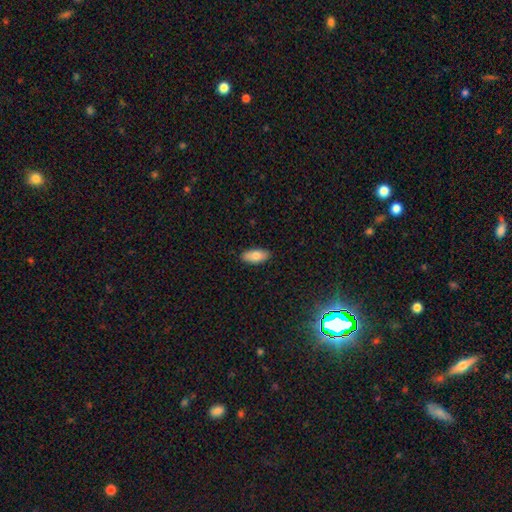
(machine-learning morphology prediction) This is clearly a smooth galaxy (82%). How rounded: clearly in between (89%). Merging: clearly none (89%).